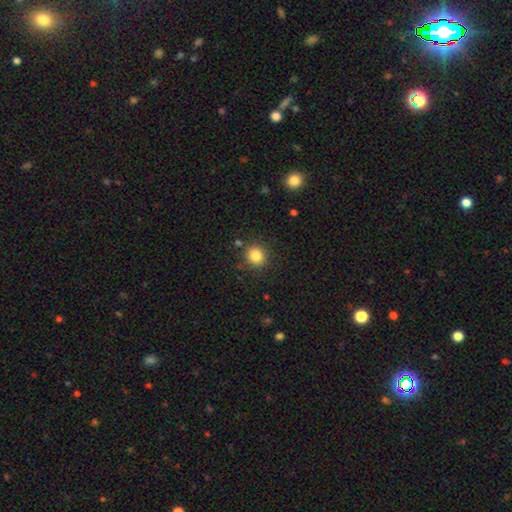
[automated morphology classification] Smooth or featured? smooth (83%)
How rounded? round (87%)
Merging? none (87%)